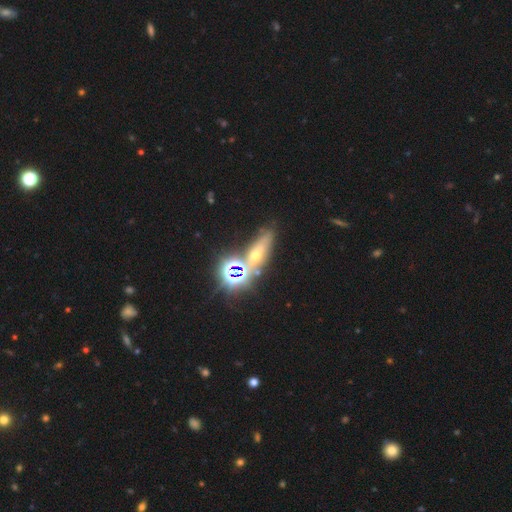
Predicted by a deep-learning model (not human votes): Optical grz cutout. It shows a star or artifact, not a galaxy (47%).